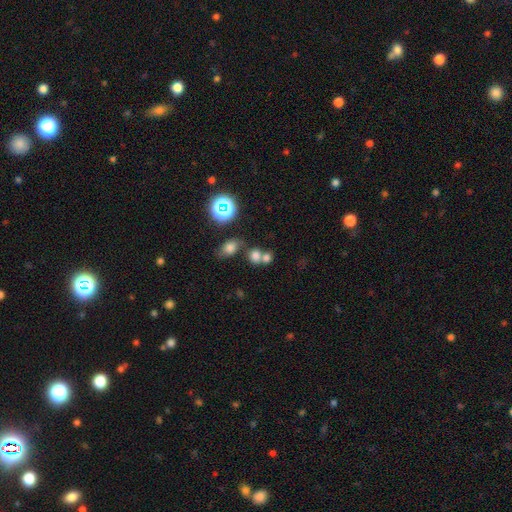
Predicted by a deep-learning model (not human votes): A smooth galaxy with no disk features (69%) that is round (59%).

Vote fractions:
- Smooth or featured? smooth: 69% / star or artifact: 20% / featured or disk: 11%
- How rounded? round: 59% / in between: 39% / cigar-shaped: 2%
- Merging? merger: 48% / none: 39% / minor disturbance: 8% / major disturbance: 5%